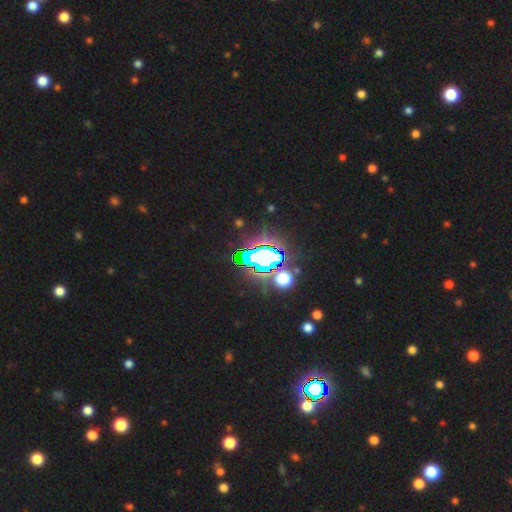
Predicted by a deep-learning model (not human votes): This appears to be a star or artifact, not a galaxy (73%).